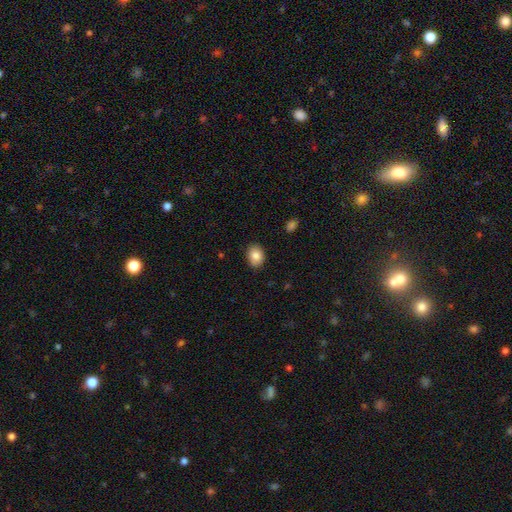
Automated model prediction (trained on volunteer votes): This is clearly a smooth galaxy (85%). How rounded: likely in between (67%). Merging: clearly none (87%).